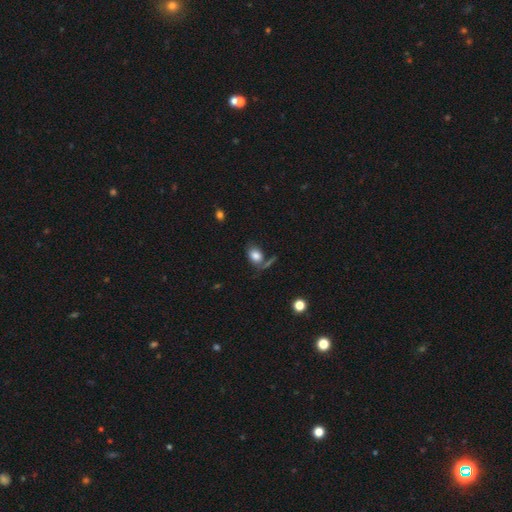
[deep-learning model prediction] smooth_or_featured: smooth (p=0.81) [alt: featured or disk p=0.10]
how_rounded: in between (p=0.73) [alt: round p=0.25]
merging: none (p=0.59) [alt: minor disturbance p=0.17]